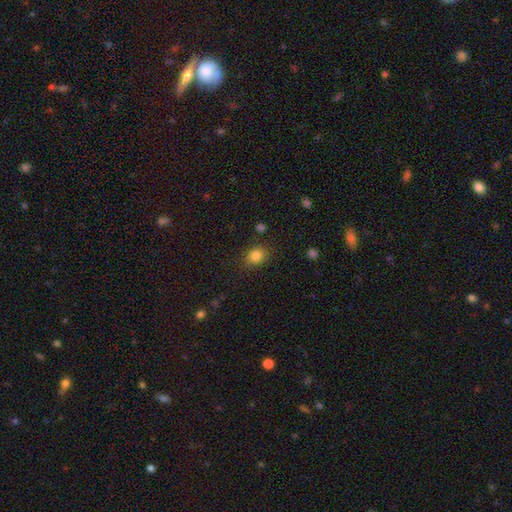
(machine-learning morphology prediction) Smooth or featured? Predicted: smooth (p=0.83). How rounded? Predicted: round (p=0.51). Merging? Predicted: none (p=0.84).